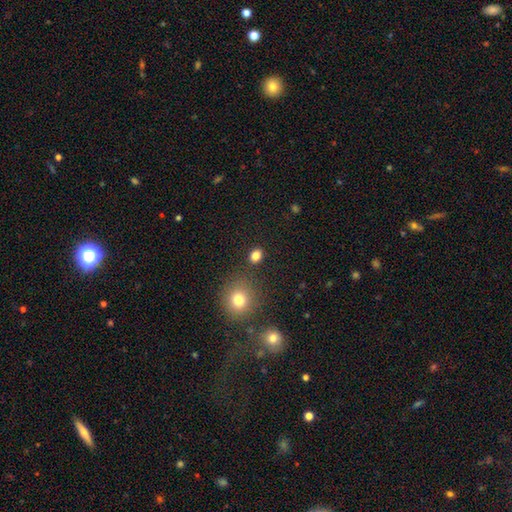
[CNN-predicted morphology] Smooth or featured?
  - smooth: 83% *
  - star or artifact: 13%
  - featured or disk: 4%
How rounded?
  - round: 56% *
  - in between: 43%
  - cigar-shaped: 1%
Merging?
  - none: 84% *
  - minor disturbance: 8%
  - merger: 4%
  - major disturbance: 3%